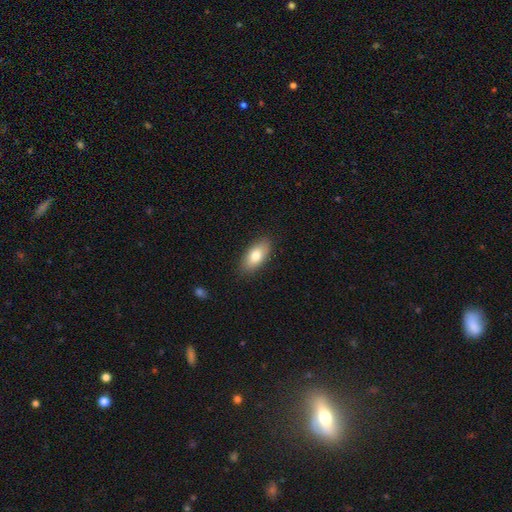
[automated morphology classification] This appears to be a smooth galaxy with no disk features (78%) that is in between round and cigar-shaped (88%). Merging: none (87%).